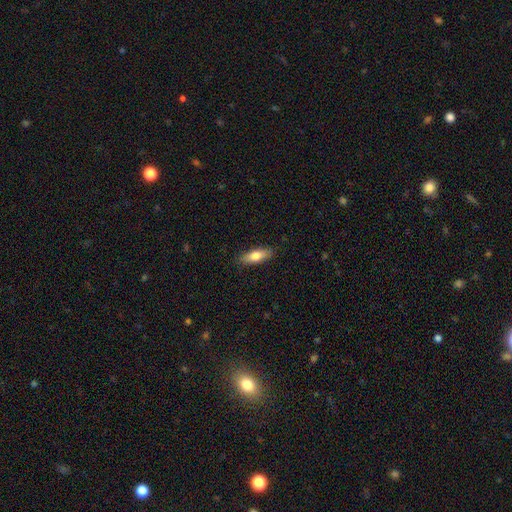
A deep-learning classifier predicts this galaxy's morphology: The model was most divided on "how rounded": in between: 59%, cigar-shaped: 39%, round: 2%. More confident: merging — none (87%); smooth or featured — smooth (74%).